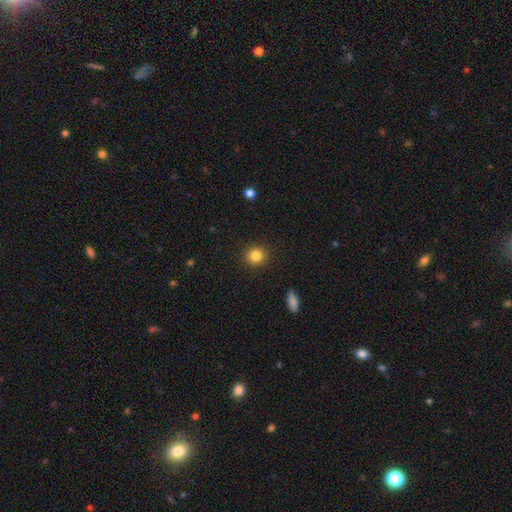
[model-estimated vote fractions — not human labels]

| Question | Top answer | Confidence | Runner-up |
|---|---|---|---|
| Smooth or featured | smooth | 85% | star or artifact (11%) |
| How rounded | round | 90% | in between (9%) |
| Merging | none | 91% | minor disturbance (6%) |